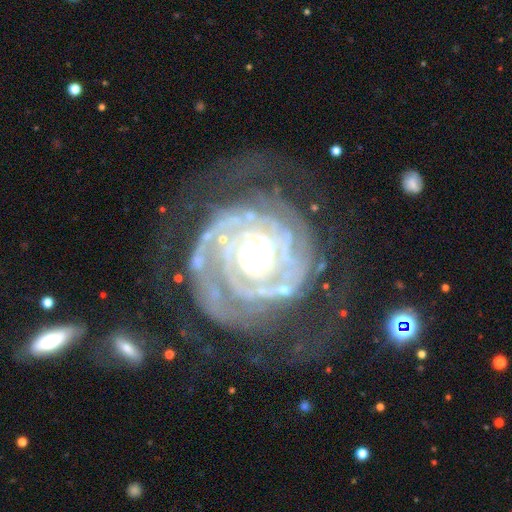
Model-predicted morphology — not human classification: featured or disk 91%, star or artifact 5%, smooth 4%. Down the decision tree: edge-on disk — no (97%); bar — no (70%); spiral arms — yes (97%); spiral arm count — 2 (39%); spiral winding — tight (75%); bulge size — moderate (57%); merging — none (60%).